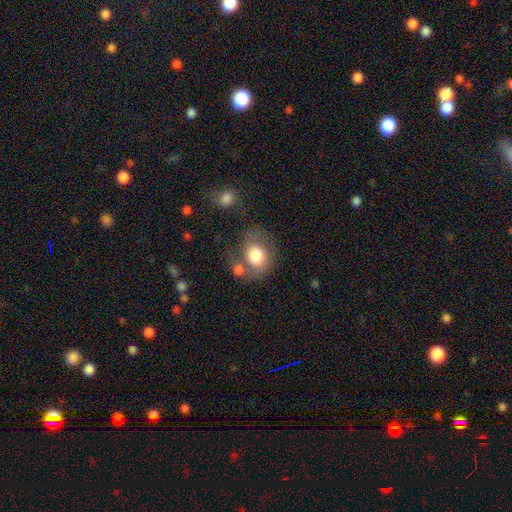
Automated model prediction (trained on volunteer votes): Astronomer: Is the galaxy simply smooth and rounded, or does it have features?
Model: smooth — 69%.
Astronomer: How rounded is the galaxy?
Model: round — 54% (runner-up: in between, 45%).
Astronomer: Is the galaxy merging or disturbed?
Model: none — 46%.